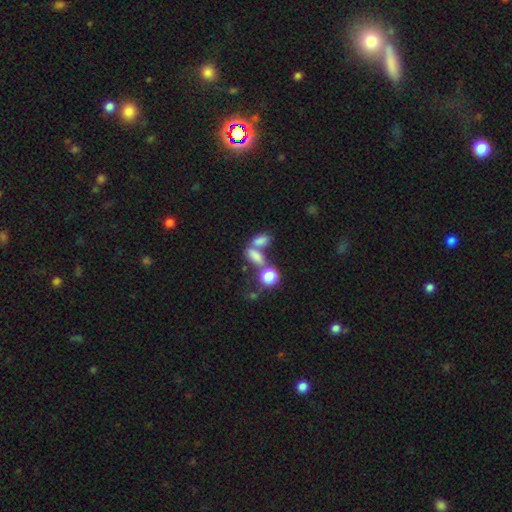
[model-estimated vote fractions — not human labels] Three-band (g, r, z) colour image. It shows a smooth galaxy with no disk features (73%) that is in between round and cigar-shaped (72%). Merging: merger (53%).